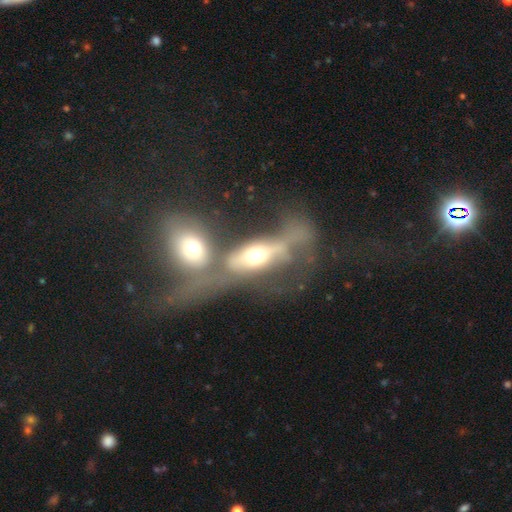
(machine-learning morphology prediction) smooth-or-featured: featured or disk: 56% | smooth: 37% | star or artifact: 8%
  disk-edge-on: no: 56% | yes: 44%
  merging: merger: 58% | major disturbance: 18% | none: 16% | minor disturbance: 8%